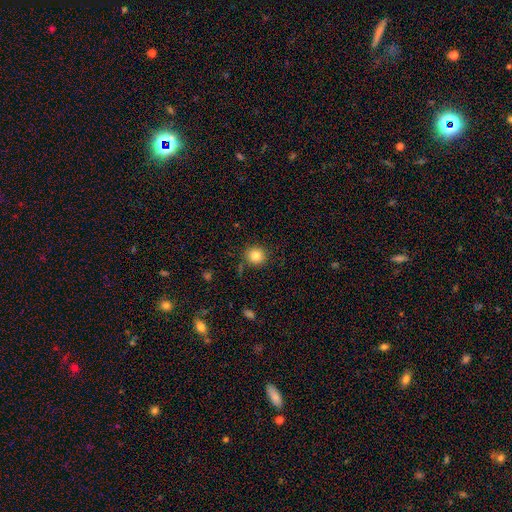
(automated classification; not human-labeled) The model was most divided on "smooth or featured": smooth: 83%, star or artifact: 11%, featured or disk: 6%. More confident: how rounded — round (90%); merging — none (85%).